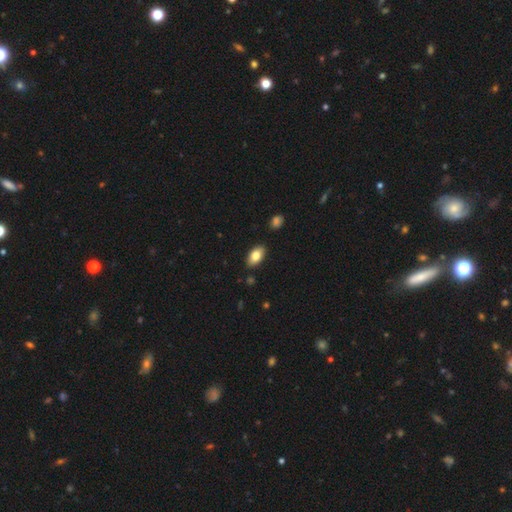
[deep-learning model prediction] This appears to be a smooth galaxy with no disk features (81%) that is in between round and cigar-shaped (92%). Merging: none (87%).